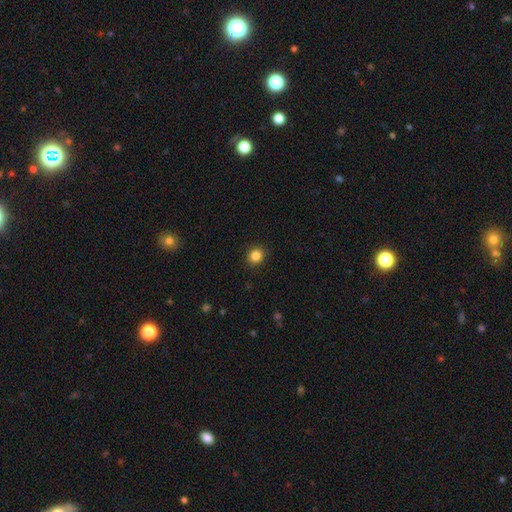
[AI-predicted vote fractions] Smooth or featured? Predicted: smooth (p=0.85). How rounded? Predicted: round (p=0.82). Merging? Predicted: none (p=0.91).